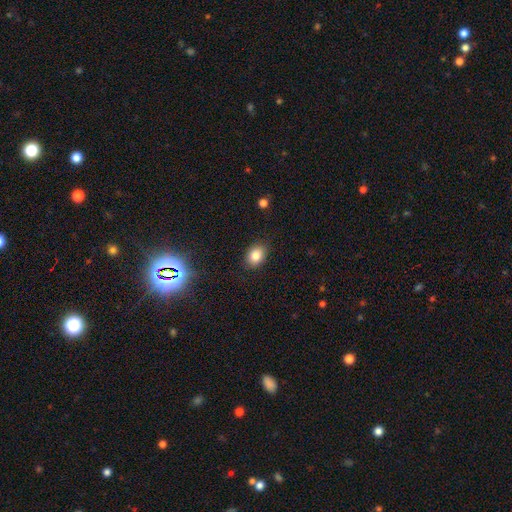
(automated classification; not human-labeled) Smooth or featured?
  - smooth: 82% *
  - star or artifact: 11%
  - featured or disk: 8%
How rounded?
  - in between: 64% *
  - round: 35%
  - cigar-shaped: 1%
Merging?
  - none: 86% *
  - minor disturbance: 11%
  - major disturbance: 2%
  - merger: 1%